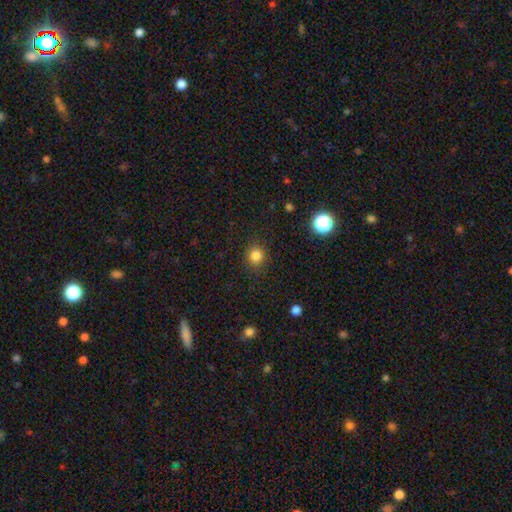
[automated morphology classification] smooth-or-featured: smooth: 83% | star or artifact: 13% | featured or disk: 4%
  how-rounded: round: 88% | in between: 11% | cigar-shaped: 1%
  merging: none: 89% | minor disturbance: 7% | major disturbance: 3% | merger: 1%